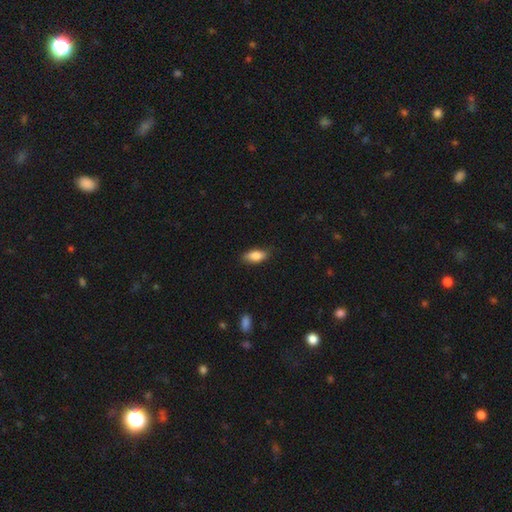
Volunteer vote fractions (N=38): Smooth or featured? 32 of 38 (84%) said smooth. How rounded? 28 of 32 (88%) said in between. Merging? 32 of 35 (91%) said none.